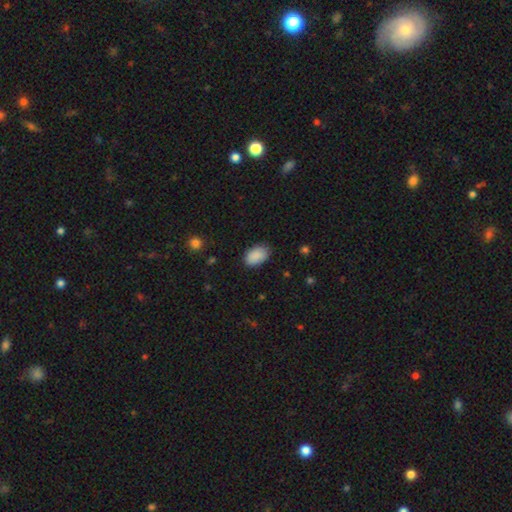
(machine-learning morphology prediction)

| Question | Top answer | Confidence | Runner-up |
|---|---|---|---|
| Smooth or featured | smooth | 89% | star or artifact (7%) |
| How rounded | in between | 91% | round (8%) |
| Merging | none | 81% | minor disturbance (15%) |